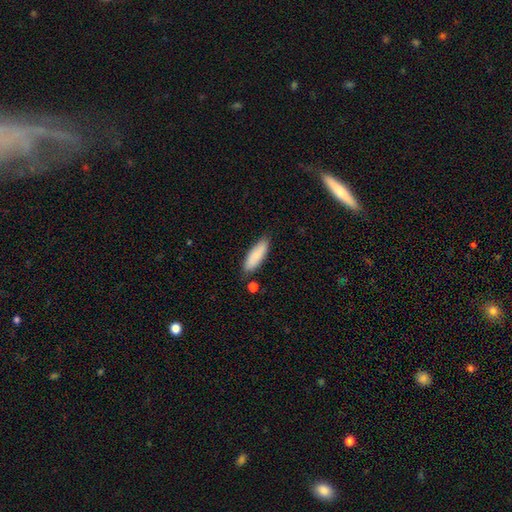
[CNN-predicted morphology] A smooth galaxy with no disk features (84%) that is in between round and cigar-shaped (51%). Merging: none (81%).